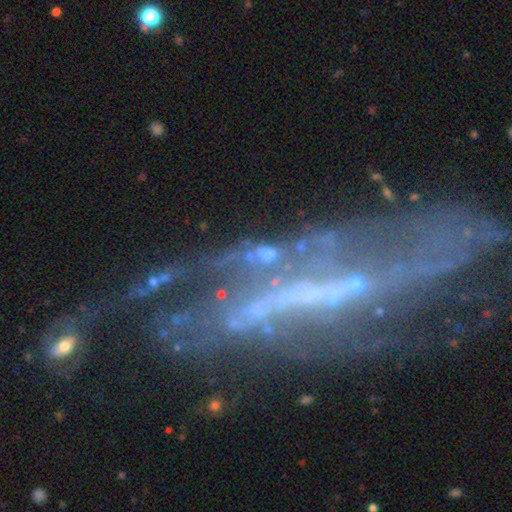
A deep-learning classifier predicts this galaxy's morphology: This appears to be a featured or disk galaxy (51%). Merging: none (49%).